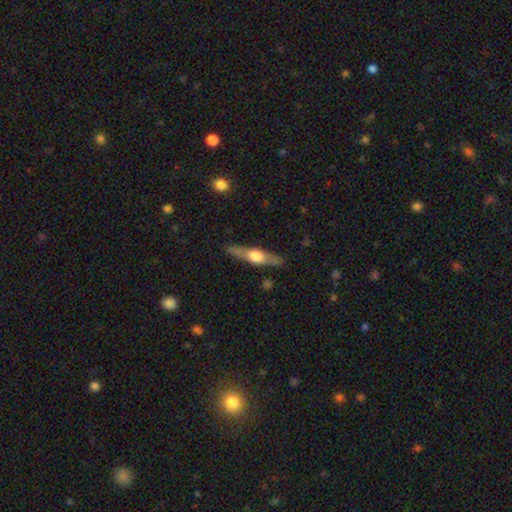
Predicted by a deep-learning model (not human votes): The model was most divided on "smooth or featured": featured or disk: 61%, smooth: 33%, star or artifact: 5%. More confident: edge-on disk — yes (94%); edge-on bulge — rounded (92%); merging — none (87%).